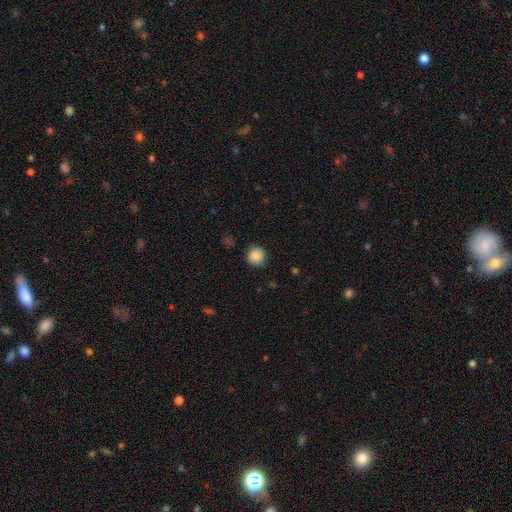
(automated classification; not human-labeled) Smooth or featured? Predicted: smooth (p=0.87). How rounded? Predicted: round (p=0.93). Merging? Predicted: none (p=0.88).